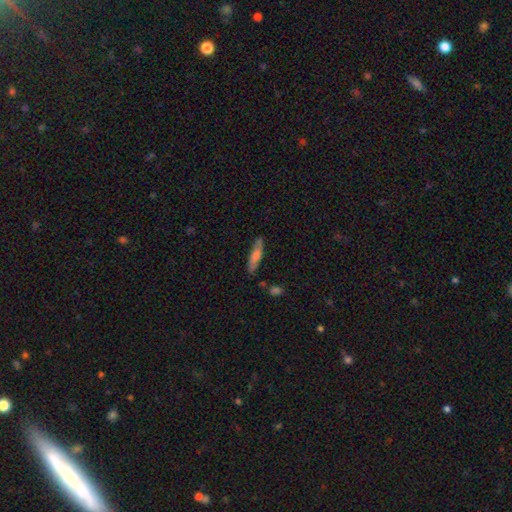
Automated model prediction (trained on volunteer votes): Smooth or featured: smooth — 63% (featured or disk — 30%)
How rounded: cigar-shaped — 80% (in between — 18%)
Merging: none — 79% (minor disturbance — 15%)